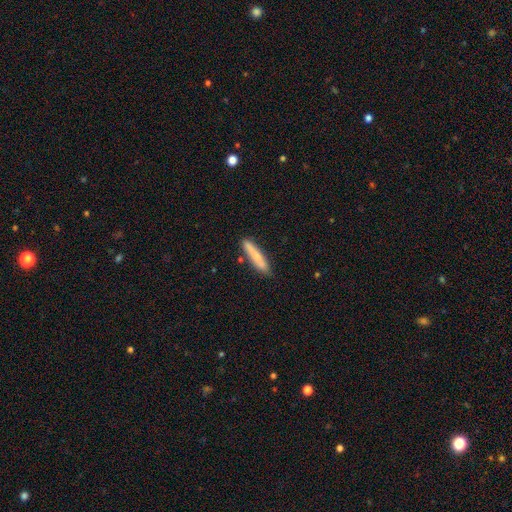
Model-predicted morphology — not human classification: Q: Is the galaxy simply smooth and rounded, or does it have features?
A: smooth — 75%.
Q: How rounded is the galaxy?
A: cigar-shaped — 90%.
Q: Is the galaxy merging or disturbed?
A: none — 81%.